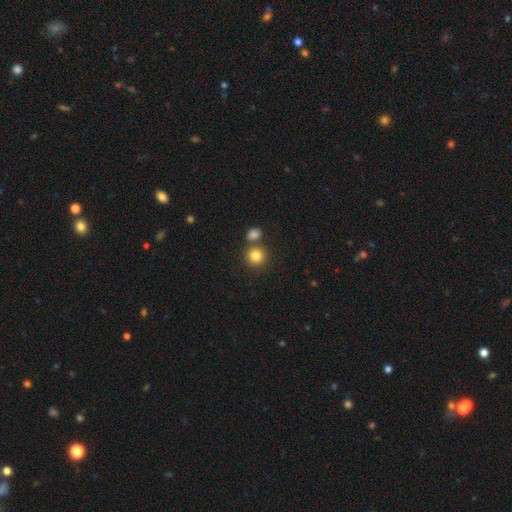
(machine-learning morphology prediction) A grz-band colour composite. It shows a smooth galaxy with no disk features (83%) that is round (90%). Merging: none (70%).